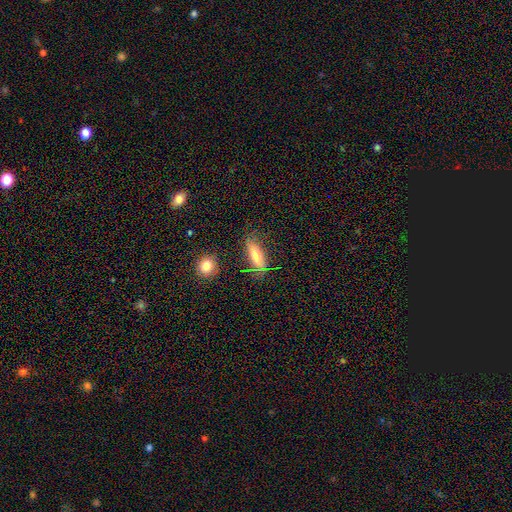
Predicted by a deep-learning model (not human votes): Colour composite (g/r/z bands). It shows a smooth galaxy with no disk features (67%) that is in between round and cigar-shaped (59%). Merging: none (75%).